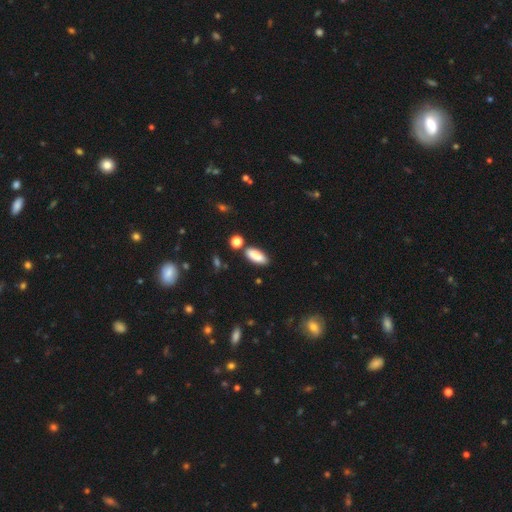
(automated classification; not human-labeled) Morphology: type=smooth (86%); roundness=in between (78%); merging=none (79%).